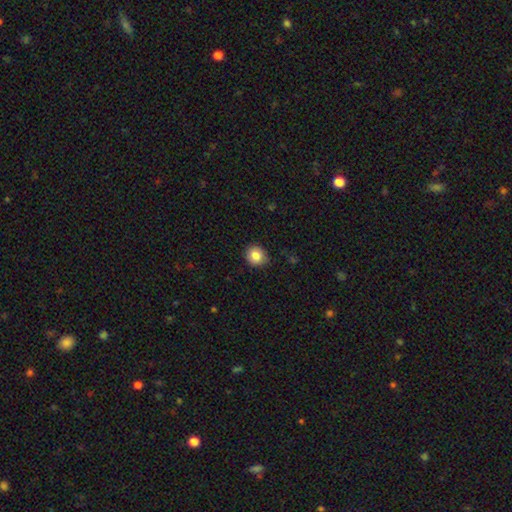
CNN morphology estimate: This appears to be a smooth galaxy with no disk features (84%) that is round (79%). Merging: none (88%).